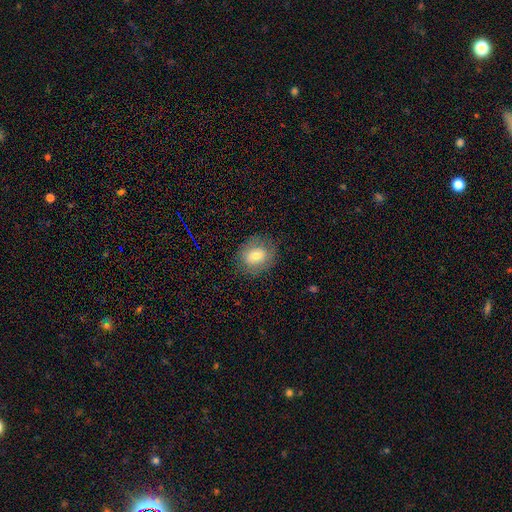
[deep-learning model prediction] Overall: smooth (68%). How rounded: round (65%; in between 34%). Merging: none (83%).